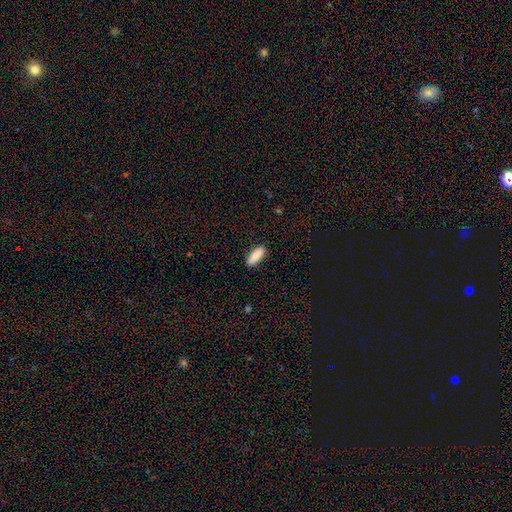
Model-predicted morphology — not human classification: Smooth or featured?
  - smooth: 89% *
  - star or artifact: 6%
  - featured or disk: 5%
How rounded?
  - in between: 54% *
  - cigar-shaped: 45%
  - round: 2%
Merging?
  - none: 89% *
  - minor disturbance: 8%
  - major disturbance: 2%
  - merger: 1%